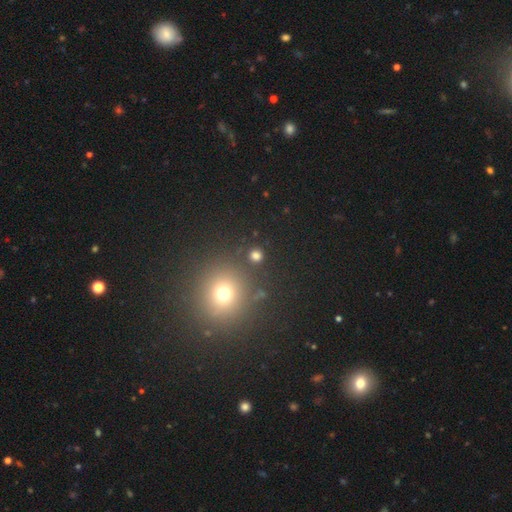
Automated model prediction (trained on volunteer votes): A smooth galaxy with no disk features (75%) that is round (90%). Merging: none (86%).